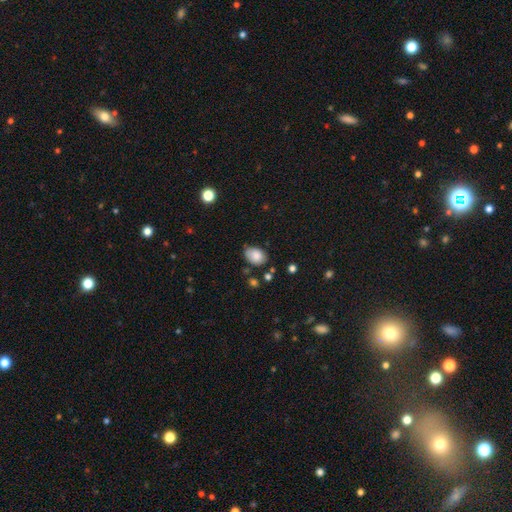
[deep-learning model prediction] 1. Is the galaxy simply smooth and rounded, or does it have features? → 83% smooth, 9% featured or disk, 8% star or artifact.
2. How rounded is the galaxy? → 82% in between, 17% round, 1% cigar-shaped.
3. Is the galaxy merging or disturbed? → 68% none, 23% minor disturbance, 5% major disturbance, 4% merger.